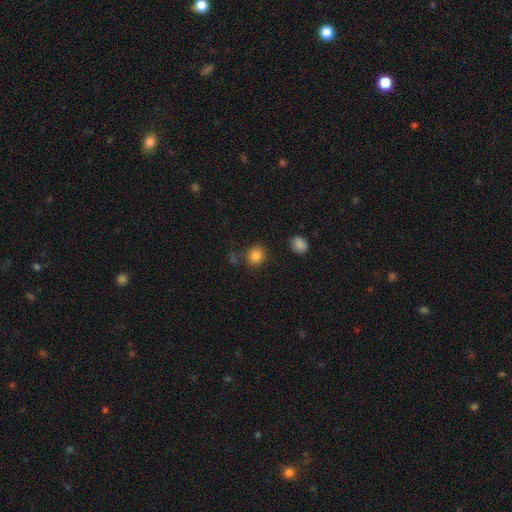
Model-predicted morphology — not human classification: Smooth or featured: smooth — 84% (star or artifact — 11%)
How rounded: round — 85% (in between — 14%)
Merging: none — 83% (minor disturbance — 9%)